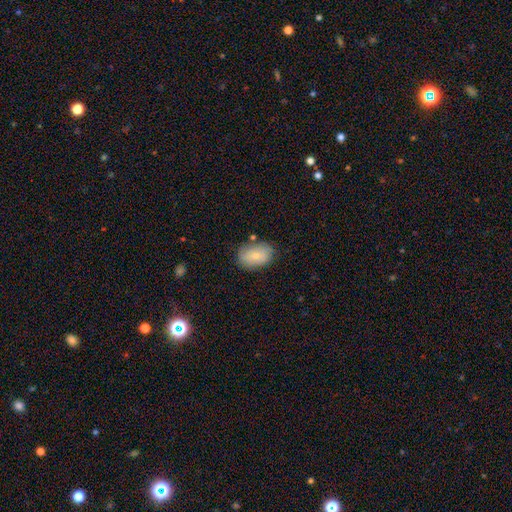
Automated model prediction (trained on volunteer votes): Smooth or featured? smooth (71%)
How rounded? in between (81%)
Merging? none (74%)